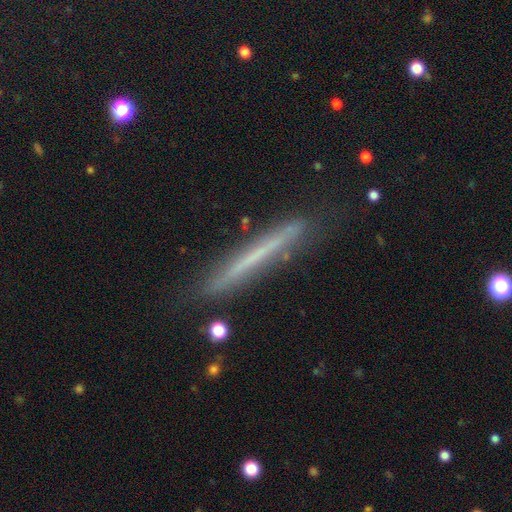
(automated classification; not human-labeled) Smooth or featured? featured or disk (50%)
Edge-on disk? yes (93%)
Merging? none (84%)